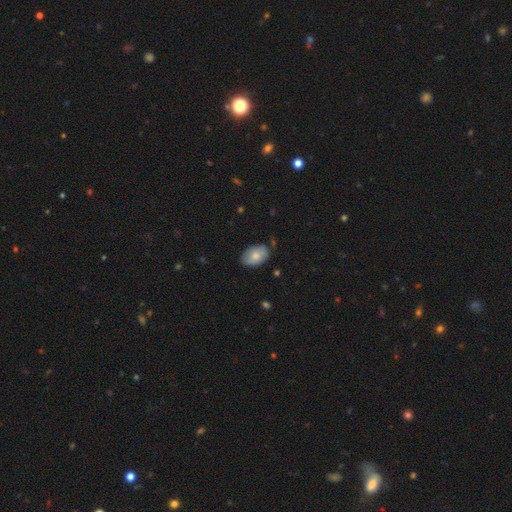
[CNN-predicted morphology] type=smooth (78%); roundness=in between (89%); merging=none (80%).